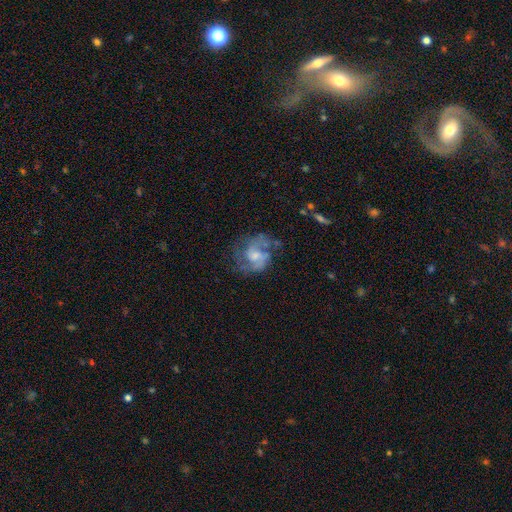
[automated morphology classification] Smooth or featured?
  - featured or disk: 71% *
  - smooth: 21%
  - star or artifact: 8%
Edge-on disk?
  - no: 98% *
  - yes: 2%
Bar?
  - no: 54% *
  - weak: 39%
  - strong: 7%
Spiral arms?
  - yes: 82% *
  - no: 18%
Spiral winding?
  - medium: 49% *
  - loose: 28%
  - tight: 23%
Spiral arm count?
  - 2: 65% *
  - can't tell: 17%
  - 3: 7%
  - 1: 7%
  - 4: 2%
  - more than 4: 2%
Bulge size?
  - moderate: 41% *
  - small: 39%
  - none: 13%
  - large: 6%
  - dominant: 1%
Merging?
  - none: 50% *
  - major disturbance: 24%
  - minor disturbance: 23%
  - merger: 4%